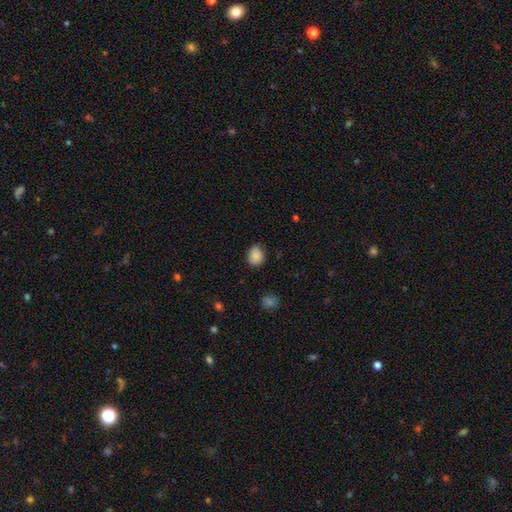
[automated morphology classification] Overall: smooth (86%). How rounded: round (66%; in between 33%). Merging: none (76%).